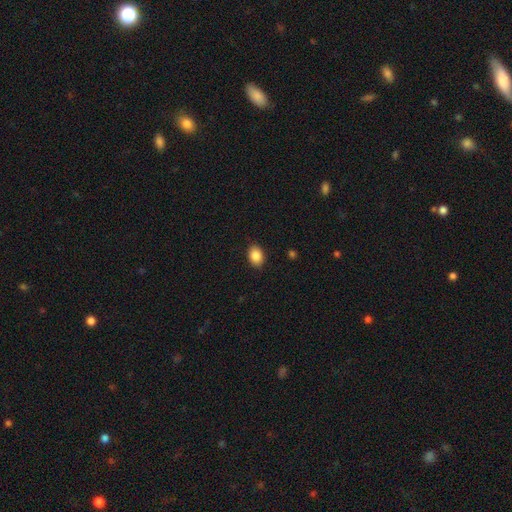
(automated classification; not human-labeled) smooth-or-featured: smooth: 87% | star or artifact: 8% | featured or disk: 5%
  how-rounded: in between: 78% | round: 21% | cigar-shaped: 1%
  merging: none: 89% | minor disturbance: 8% | major disturbance: 2% | merger: 1%